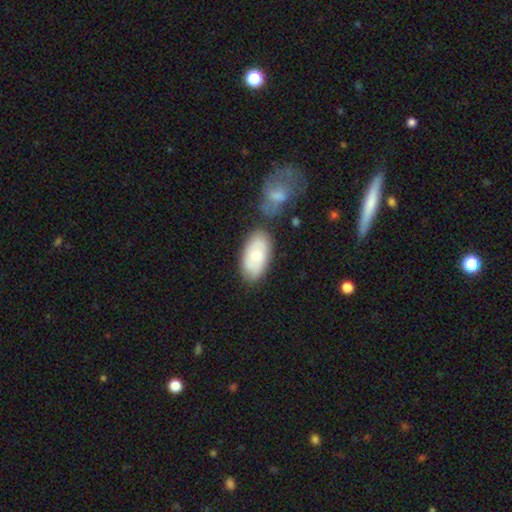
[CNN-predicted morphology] smooth 61%, featured or disk 33%, star or artifact 6%. Down the decision tree: how rounded — in between (93%); merging — none (68%).